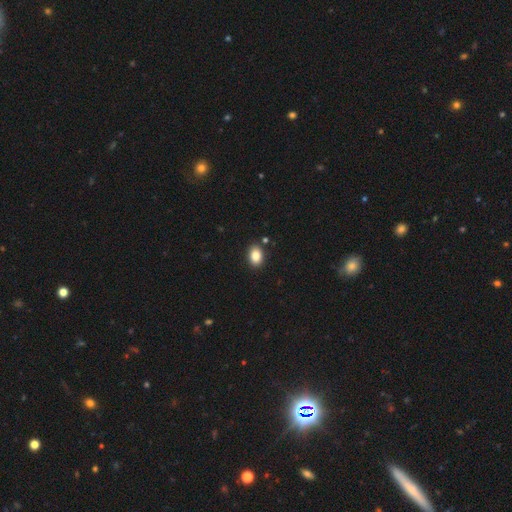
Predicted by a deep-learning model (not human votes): Q: Smooth or featured?
A: smooth (86%); runner-up: star or artifact (9%)
Q: How rounded?
A: in between (75%); runner-up: round (24%)
Q: Merging?
A: none (88%); runner-up: minor disturbance (8%)